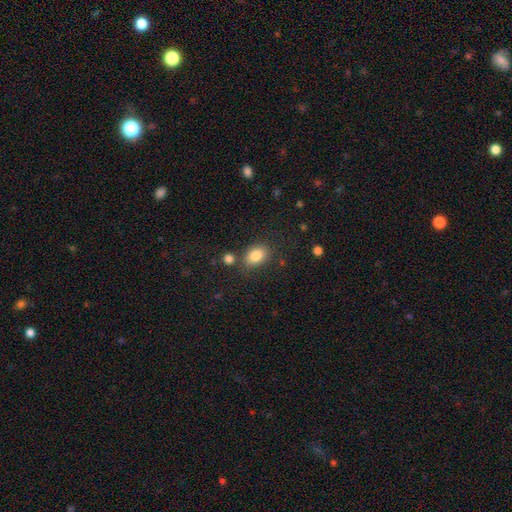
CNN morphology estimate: Q: Smooth or featured?
A: smooth (84%); runner-up: star or artifact (9%)
Q: How rounded?
A: in between (79%); runner-up: round (20%)
Q: Merging?
A: none (72%); runner-up: minor disturbance (14%)